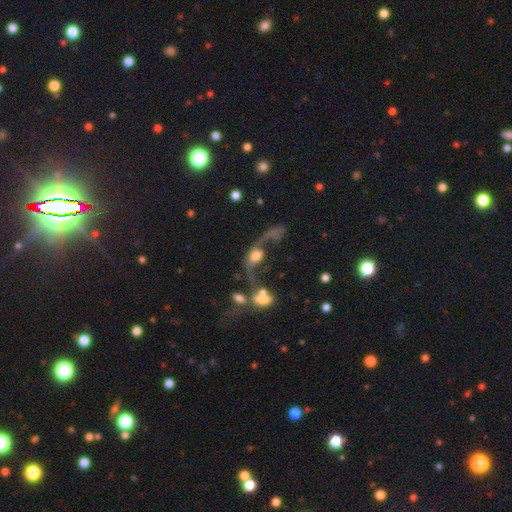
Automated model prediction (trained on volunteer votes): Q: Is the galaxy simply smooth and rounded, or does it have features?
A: featured or disk — 59%.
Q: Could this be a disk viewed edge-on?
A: no — 84%.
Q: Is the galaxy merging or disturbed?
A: major disturbance — 36%.